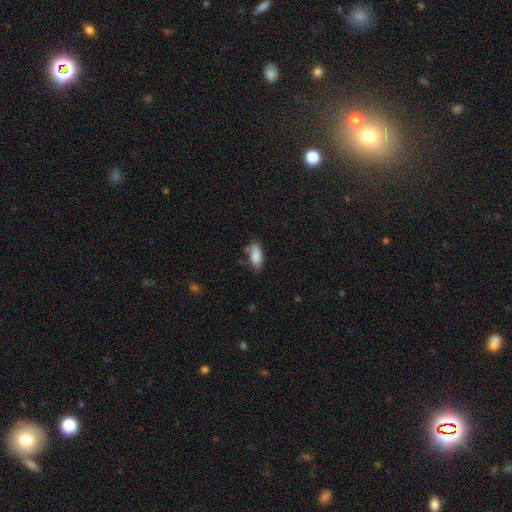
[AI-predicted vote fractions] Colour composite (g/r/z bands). It shows a smooth galaxy with no disk features (86%) that is in between round and cigar-shaped (86%). Merging: none (65%).